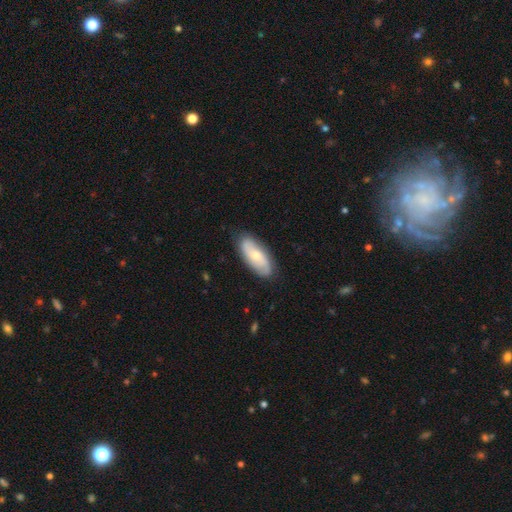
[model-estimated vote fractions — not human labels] Smooth or featured?
  - featured or disk: 53% *
  - smooth: 42%
  - star or artifact: 6%
Edge-on disk?
  - no: 88% *
  - yes: 12%
Merging?
  - none: 83% *
  - minor disturbance: 13%
  - major disturbance: 3%
  - merger: 1%